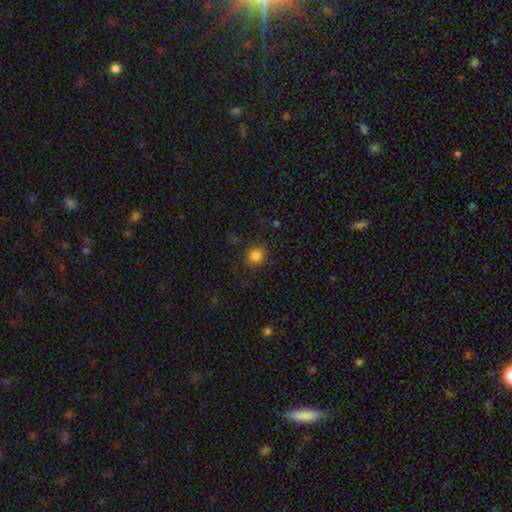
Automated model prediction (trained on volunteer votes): smooth_or_featured: smooth (p=0.84) [alt: star or artifact p=0.12]
how_rounded: round (p=0.86) [alt: in between p=0.13]
merging: none (p=0.85) [alt: minor disturbance p=0.10]